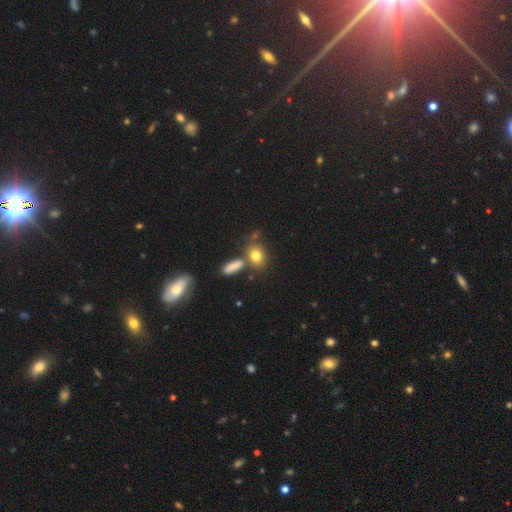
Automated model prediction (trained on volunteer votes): This appears to be a smooth galaxy with no disk features (77%) that is in between round and cigar-shaped (50%). Merging: none (59%).